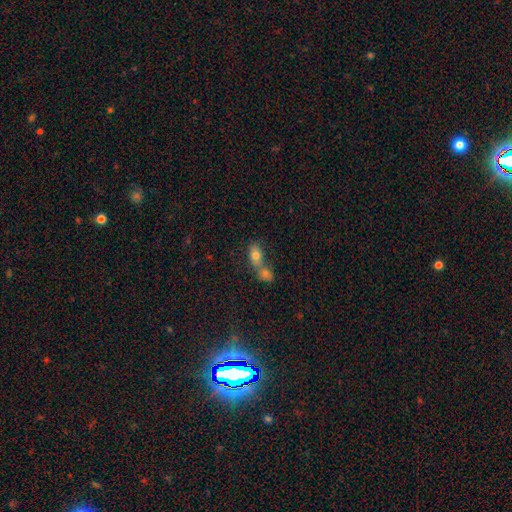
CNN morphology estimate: Smooth or featured?
  - smooth: 76% *
  - featured or disk: 14%
  - star or artifact: 10%
How rounded?
  - in between: 77% *
  - round: 20%
  - cigar-shaped: 3%
Merging?
  - merger: 64% *
  - none: 25%
  - minor disturbance: 7%
  - major disturbance: 4%